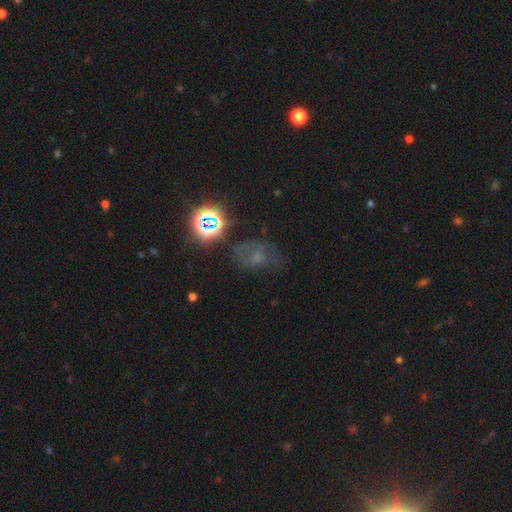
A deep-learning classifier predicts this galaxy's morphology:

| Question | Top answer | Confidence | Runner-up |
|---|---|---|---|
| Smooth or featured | star or artifact | 36% | smooth (35%) |